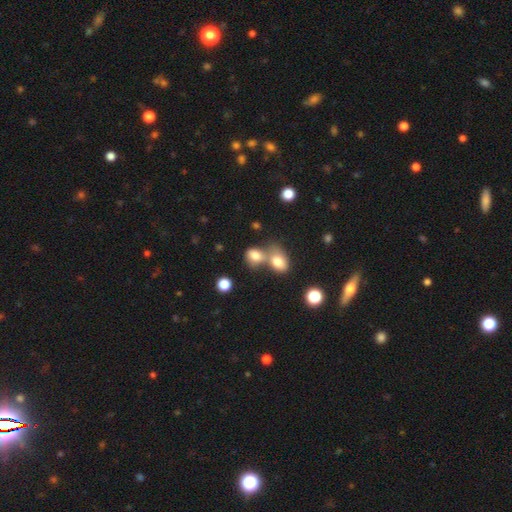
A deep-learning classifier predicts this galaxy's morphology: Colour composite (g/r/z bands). It shows a smooth galaxy with no disk features (79%) that is in between round and cigar-shaped (62%). Merging: merger (58%).